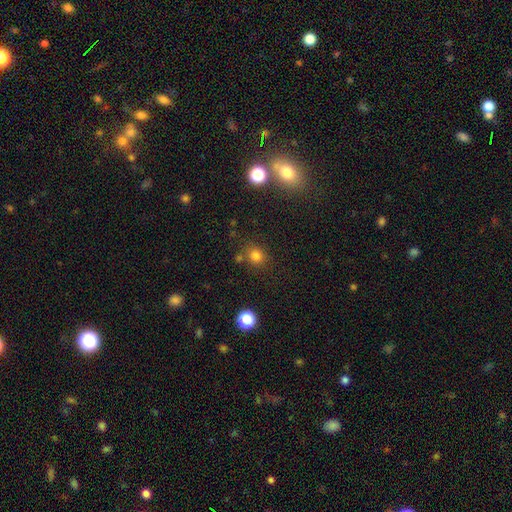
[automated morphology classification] Smooth or featured: smooth — 77% (star or artifact — 17%)
How rounded: round — 78% (in between — 21%)
Merging: none — 75% (minor disturbance — 12%)